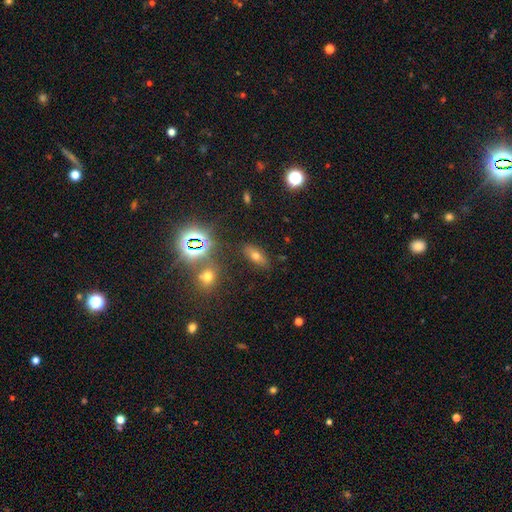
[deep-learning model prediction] Smooth or featured: smooth — 57% (star or artifact — 26%)
How rounded: in between — 79% (cigar-shaped — 11%)
Merging: none — 84% (minor disturbance — 10%)